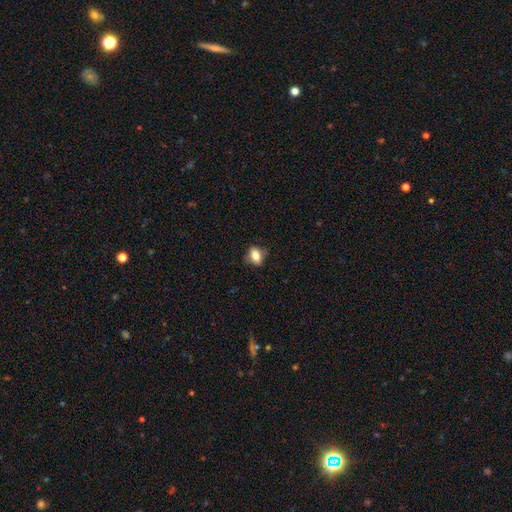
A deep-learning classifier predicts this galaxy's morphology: Smooth or featured?
  - smooth: 73% *
  - featured or disk: 18%
  - star or artifact: 9%
How rounded?
  - in between: 73% *
  - round: 23%
  - cigar-shaped: 4%
Merging?
  - none: 76% *
  - minor disturbance: 19%
  - major disturbance: 4%
  - merger: 2%